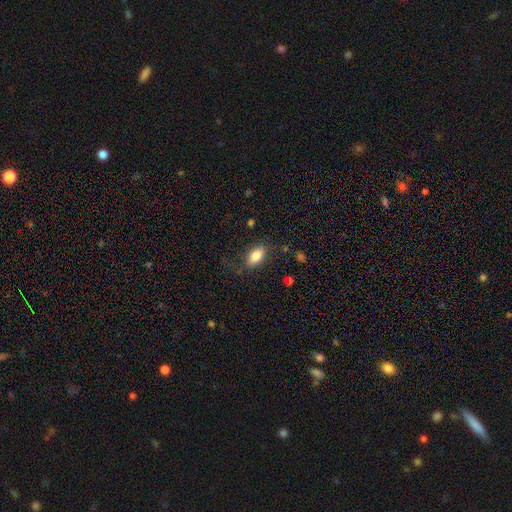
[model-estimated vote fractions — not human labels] Smooth or featured? Predicted: smooth (p=0.78). How rounded? Predicted: in between (p=0.87). Merging? Predicted: none (p=0.75).